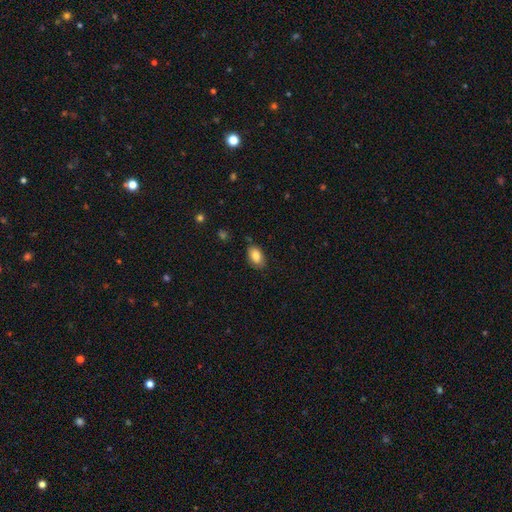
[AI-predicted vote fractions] smooth 82%, featured or disk 10%, star or artifact 8%. Down the decision tree: how rounded — in between (90%); merging — none (75%).